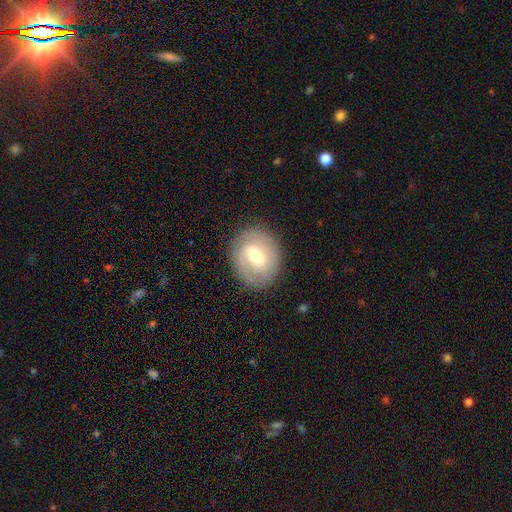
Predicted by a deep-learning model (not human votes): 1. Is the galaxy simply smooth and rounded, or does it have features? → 64% featured or disk, 29% smooth, 7% star or artifact.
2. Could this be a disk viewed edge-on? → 95% no, 5% yes.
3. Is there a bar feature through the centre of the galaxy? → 52% weak, 35% strong, 14% no.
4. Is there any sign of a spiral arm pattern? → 74% yes, 26% no.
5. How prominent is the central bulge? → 60% moderate, 32% small, 6% large, 1% none, 1% dominant.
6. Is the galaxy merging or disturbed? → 82% none, 12% minor disturbance, 5% major disturbance, 1% merger.